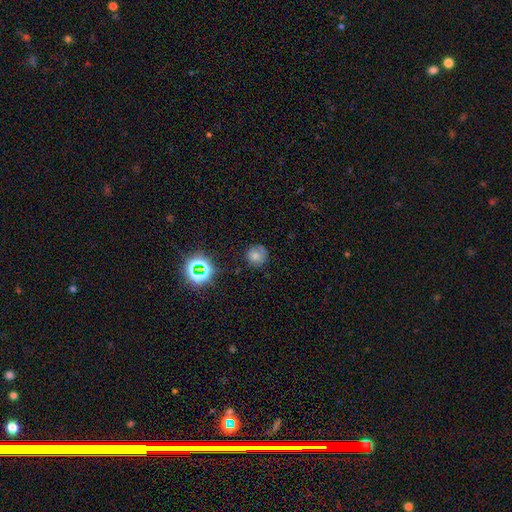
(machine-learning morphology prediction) Smooth or featured? smooth (68%)
How rounded? round (89%)
Merging? none (72%)